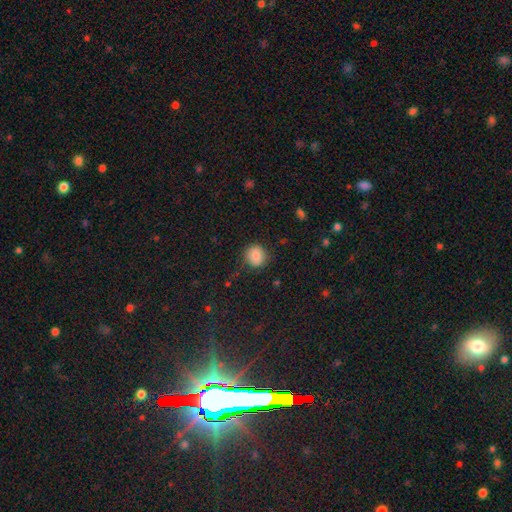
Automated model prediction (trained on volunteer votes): This is clearly a smooth galaxy (85%). How rounded: clearly round (85%). Merging: clearly none (82%).